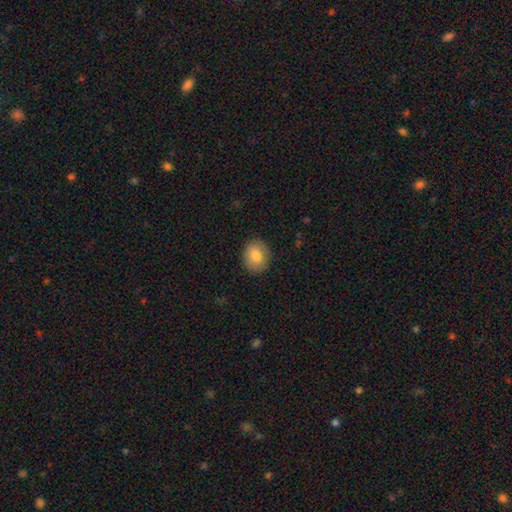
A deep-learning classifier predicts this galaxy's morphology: type=smooth (81%); roundness=round (63%); merging=none (88%).